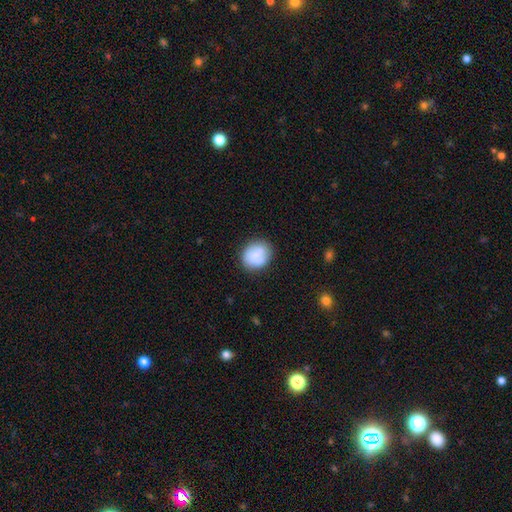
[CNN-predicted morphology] Smooth or featured? smooth (77%)
How rounded? round (68%)
Merging? none (77%)